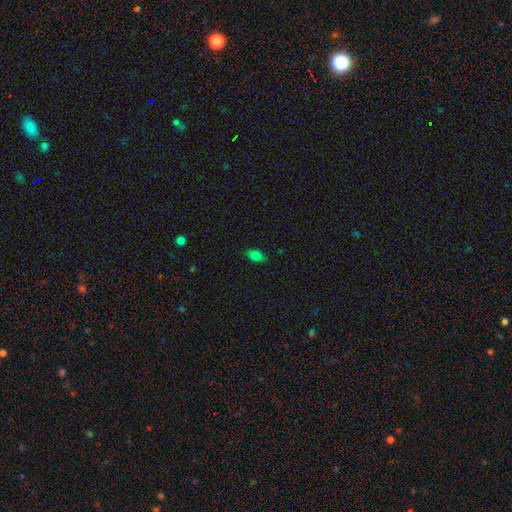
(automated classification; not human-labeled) Q: Smooth or featured?
A: smooth (80%); runner-up: star or artifact (13%)
Q: How rounded?
A: in between (82%); runner-up: round (15%)
Q: Merging?
A: none (82%); runner-up: minor disturbance (15%)